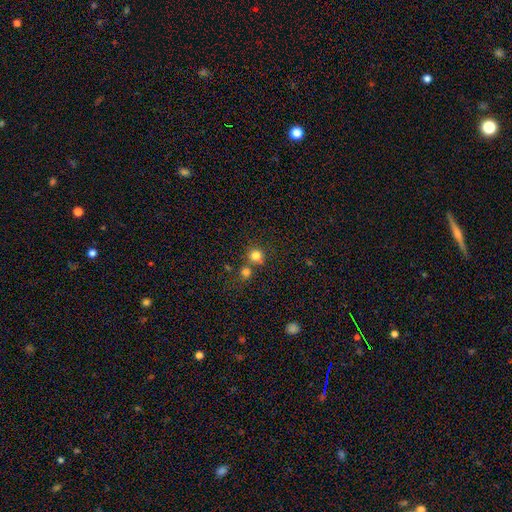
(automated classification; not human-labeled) smooth_or_featured: smooth (p=0.79) [alt: star or artifact p=0.14]
how_rounded: round (p=0.91) [alt: in between p=0.08]
merging: none (p=0.64) [alt: merger p=0.25]